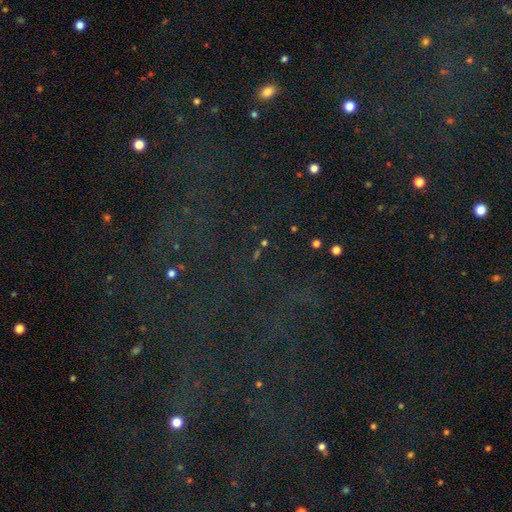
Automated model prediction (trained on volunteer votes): Overall: star or artifact (80%).